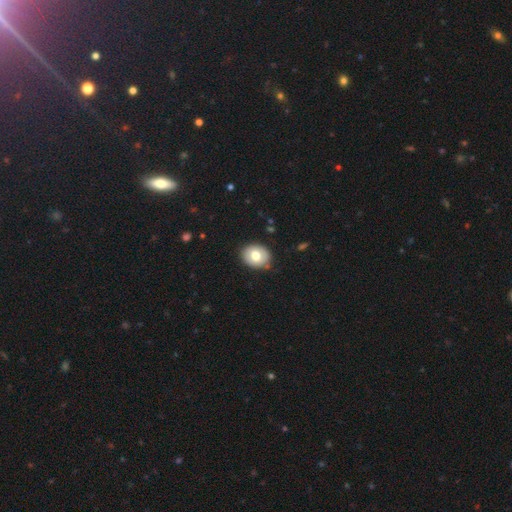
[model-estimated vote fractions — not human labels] smooth-or-featured: smooth: 71% | featured or disk: 22% | star or artifact: 8%
  how-rounded: round: 50% | in between: 49% | cigar-shaped: 1%
  merging: none: 84% | minor disturbance: 12% | major disturbance: 3% | merger: 1%